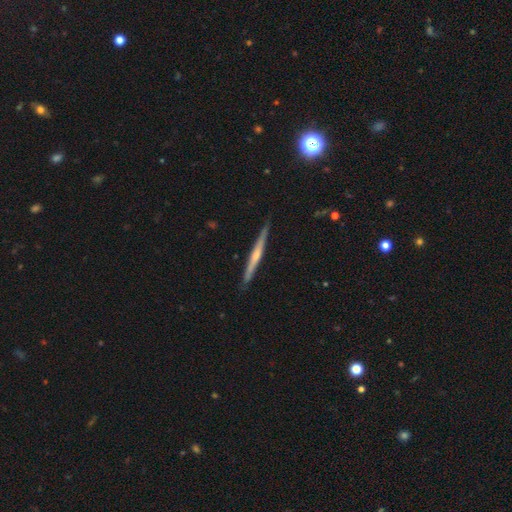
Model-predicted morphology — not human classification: smooth-or-featured: featured or disk: 62% | smooth: 32% | star or artifact: 5%
  disk-edge-on: yes: 97% | no: 3%
    edge-on-bulge: rounded: 50% | none: 40% | boxy: 9%
  merging: none: 87% | minor disturbance: 10% | major disturbance: 2% | merger: 1%